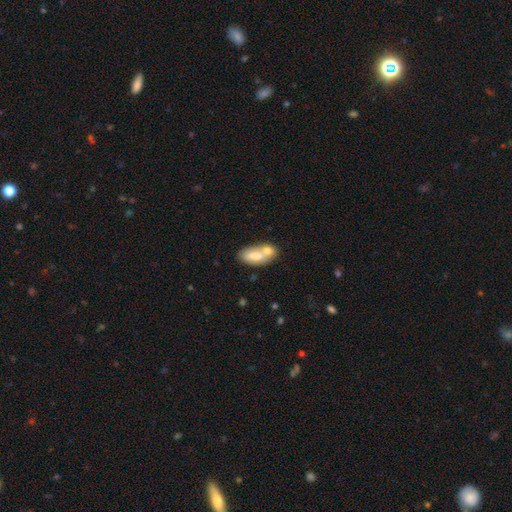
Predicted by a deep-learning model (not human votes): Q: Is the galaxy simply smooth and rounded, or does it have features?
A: smooth — 68%.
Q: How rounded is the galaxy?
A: in between — 86%.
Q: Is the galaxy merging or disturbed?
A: merger — 47%.